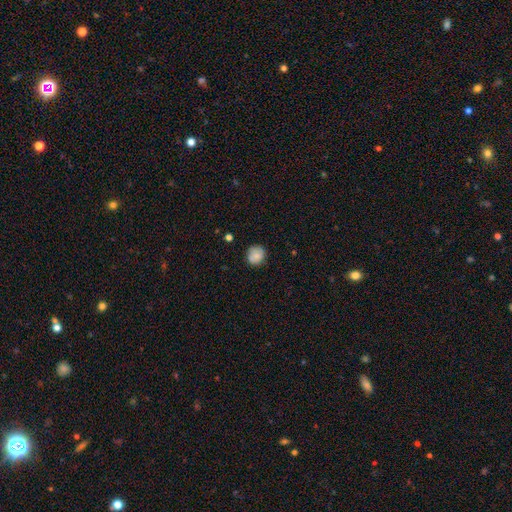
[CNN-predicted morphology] A smooth galaxy with no disk features (81%) that is round (87%). Merging: none (81%).